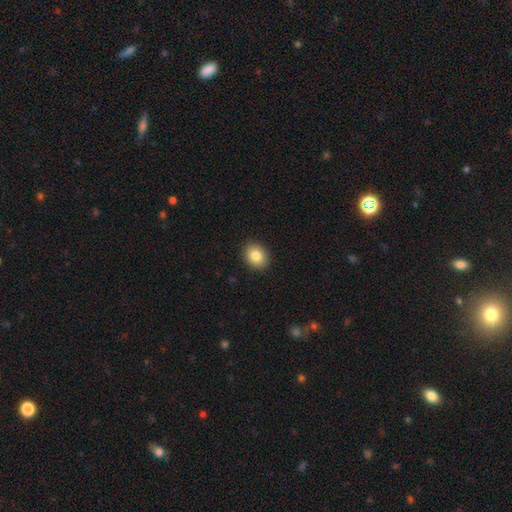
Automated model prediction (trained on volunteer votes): smooth-or-featured: smooth: 84% | star or artifact: 9% | featured or disk: 7%
  how-rounded: in between: 52% | round: 47% | cigar-shaped: 1%
  merging: none: 91% | minor disturbance: 7% | major disturbance: 2% | merger: 1%